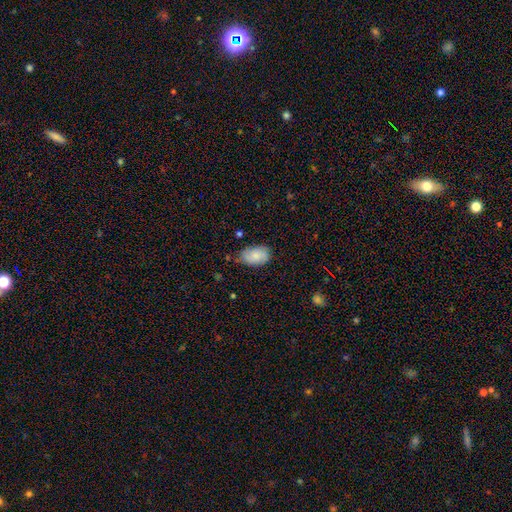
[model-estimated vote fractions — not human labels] Q: Smooth or featured?
A: smooth (83%); runner-up: featured or disk (11%)
Q: How rounded?
A: in between (91%); runner-up: round (7%)
Q: Merging?
A: none (72%); runner-up: minor disturbance (23%)